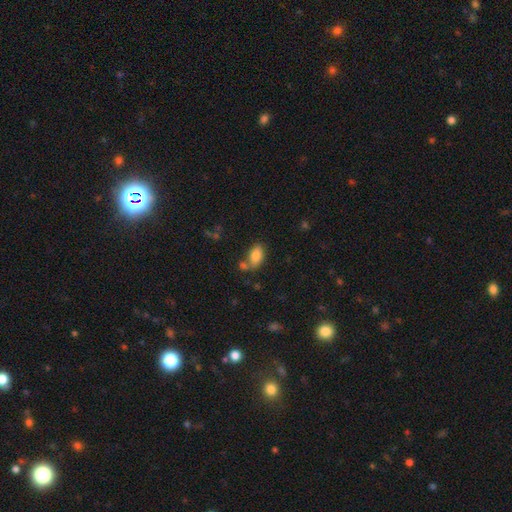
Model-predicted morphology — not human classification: This is clearly a smooth galaxy (82%). How rounded: clearly in between (91%). Merging: likely none (62%).